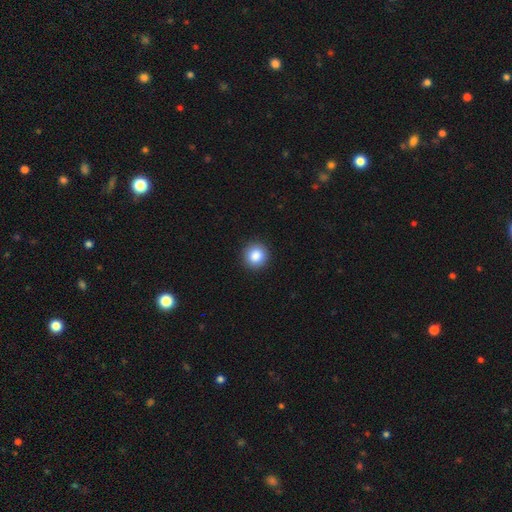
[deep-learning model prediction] The model was most divided on "smooth or featured": smooth: 87%, star or artifact: 9%, featured or disk: 4%. More confident: how rounded — round (93%); merging — none (92%).